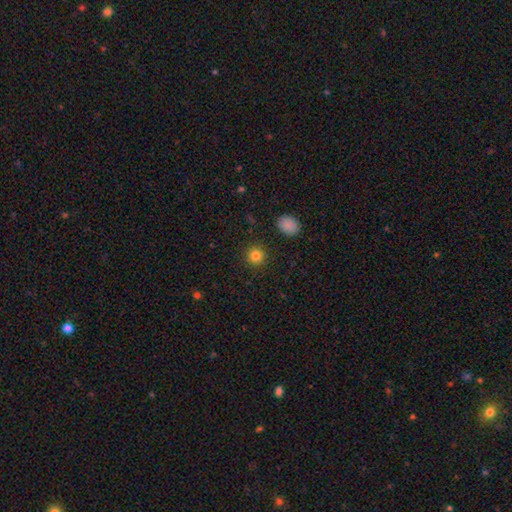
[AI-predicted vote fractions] Q: Smooth or featured?
A: smooth (83%); runner-up: star or artifact (12%)
Q: How rounded?
A: round (92%); runner-up: in between (7%)
Q: Merging?
A: none (91%); runner-up: minor disturbance (5%)